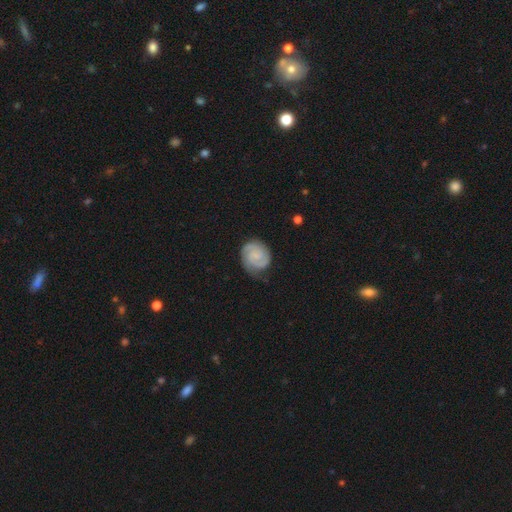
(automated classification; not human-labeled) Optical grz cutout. It shows a featured or disk galaxy (76%) with no bar (60%), 2 (65%) tight (61%) spiral arms (97%) and no central bulge (45%). Merging: none (71%).